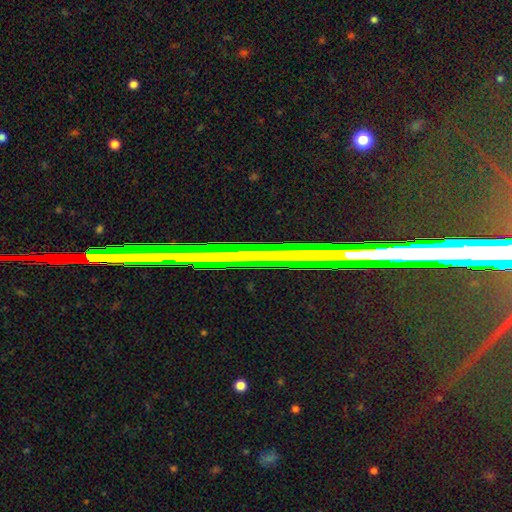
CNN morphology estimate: This appears to be a star or artifact, not a galaxy (64%).